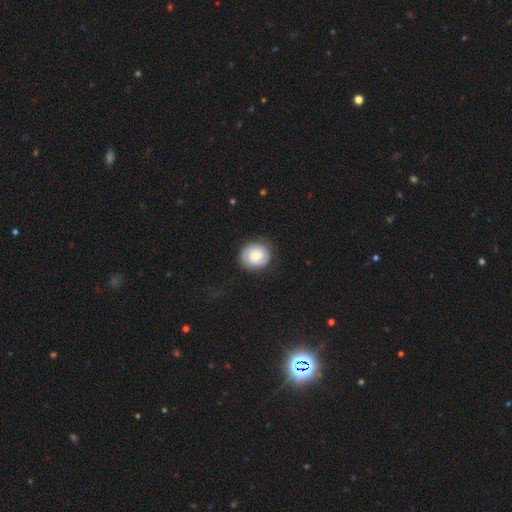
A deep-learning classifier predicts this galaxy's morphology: Smooth or featured: featured or disk — 53% (smooth — 39%)
Edge-on disk: no — 98% (yes — 2%)
Bar: no — 69% (weak — 25%)
Spiral arms: yes — 87% (no — 13%)
Bulge size: moderate — 29% (large — 26%)
Merging: none — 82% (minor disturbance — 12%)